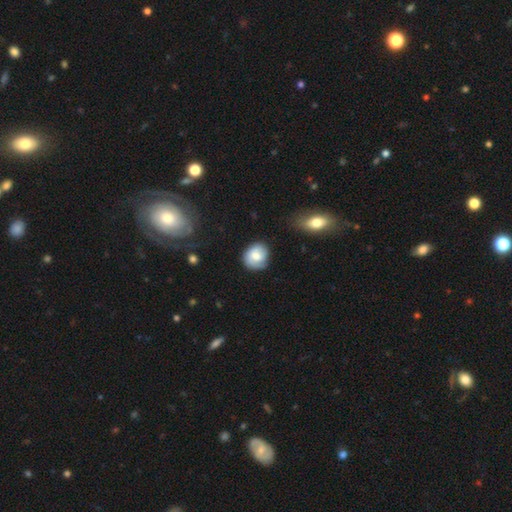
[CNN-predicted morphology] smooth 66%, featured or disk 26%, star or artifact 7%. Down the decision tree: how rounded — round (70%); merging — none (67%).